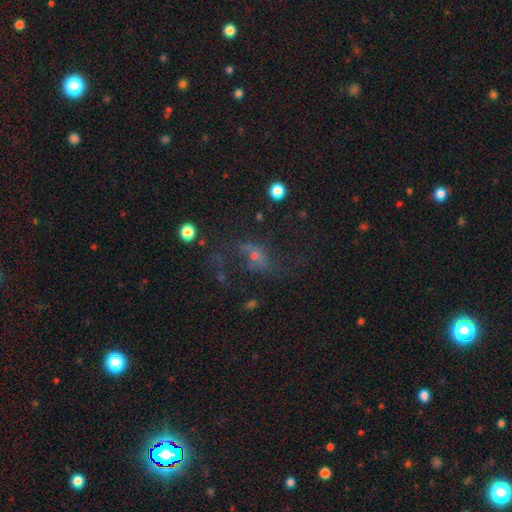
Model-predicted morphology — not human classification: The model was most divided on "smooth or featured": smooth: 39%, featured or disk: 37%, star or artifact: 24%. Remaining: merging — none (41%).